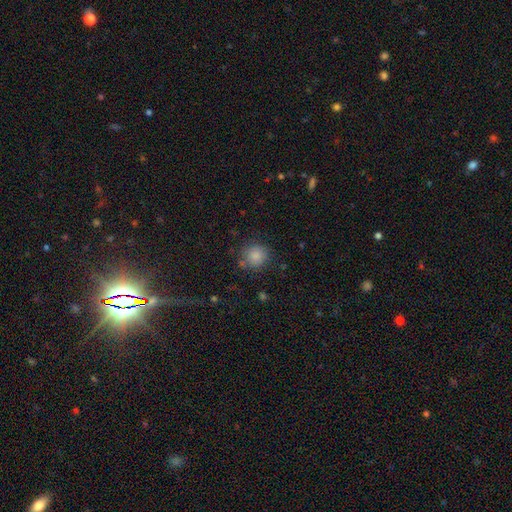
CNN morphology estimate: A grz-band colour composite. It shows a smooth galaxy with no disk features (84%) that is round (90%). Merging: none (79%).